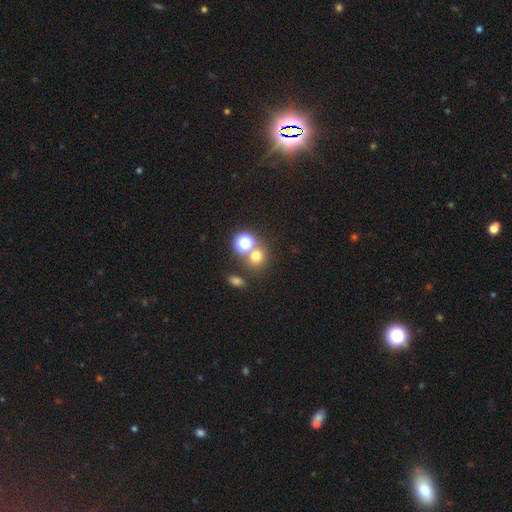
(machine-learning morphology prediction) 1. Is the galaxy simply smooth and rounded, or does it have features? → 67% smooth, 24% star or artifact, 9% featured or disk.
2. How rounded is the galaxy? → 79% round, 20% in between, 1% cigar-shaped.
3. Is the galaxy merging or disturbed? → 63% none, 25% merger, 8% minor disturbance, 4% major disturbance.